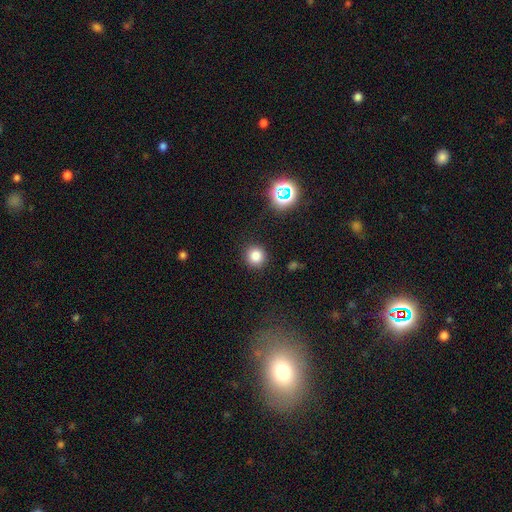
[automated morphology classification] Smooth or featured?
  - smooth: 79% *
  - star or artifact: 16%
  - featured or disk: 5%
How rounded?
  - round: 91% *
  - in between: 8%
  - cigar-shaped: 1%
Merging?
  - none: 89% *
  - minor disturbance: 7%
  - major disturbance: 3%
  - merger: 1%